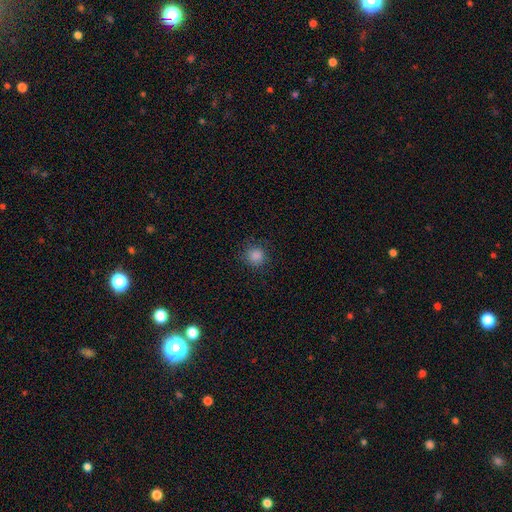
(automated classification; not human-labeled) Morphology: type=smooth (86%); roundness=round (92%); merging=none (86%).